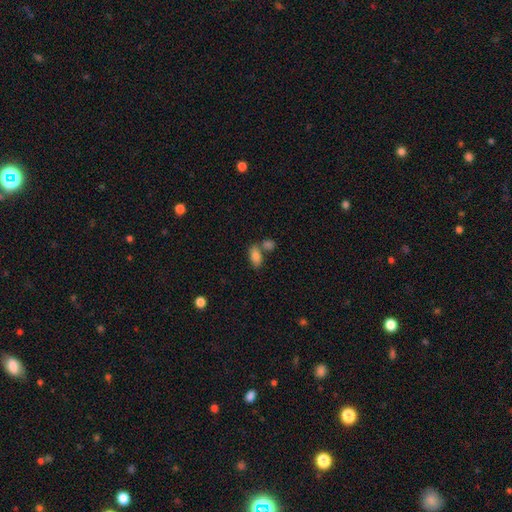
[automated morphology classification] A smooth galaxy with no disk features (83%) that is in between round and cigar-shaped (88%). Merging: none (54%).